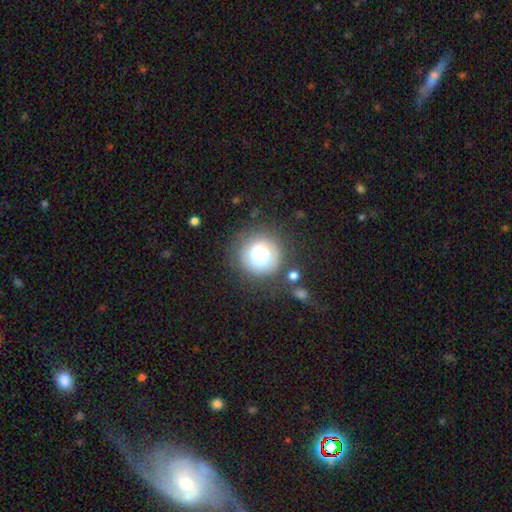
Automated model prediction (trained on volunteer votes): A smooth galaxy with no disk features (74%) that is round (93%). Merging: none (74%).